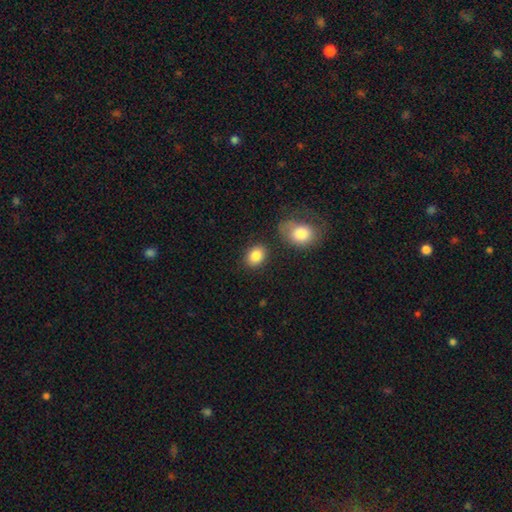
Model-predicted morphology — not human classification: Q: Smooth or featured?
A: smooth (85%); runner-up: star or artifact (8%)
Q: How rounded?
A: in between (65%); runner-up: round (34%)
Q: Merging?
A: none (80%); runner-up: minor disturbance (10%)